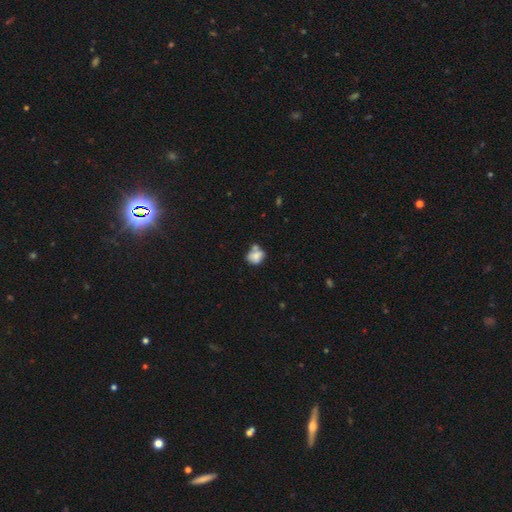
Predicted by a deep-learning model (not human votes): Smooth or featured?
  - smooth: 72% *
  - featured or disk: 18%
  - star or artifact: 10%
How rounded?
  - round: 53% *
  - in between: 45%
  - cigar-shaped: 1%
Merging?
  - none: 38% *
  - merger: 36%
  - minor disturbance: 19%
  - major disturbance: 8%